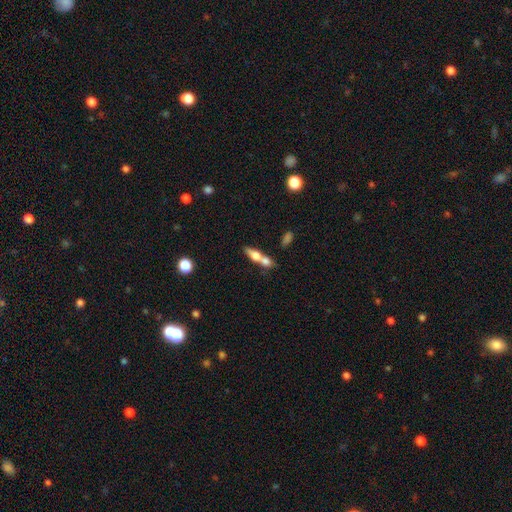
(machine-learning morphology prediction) Overall: smooth (59%; featured or disk 32%). How rounded: in between (51%; cigar-shaped 38%). Merging: merger (57%; none 29%).